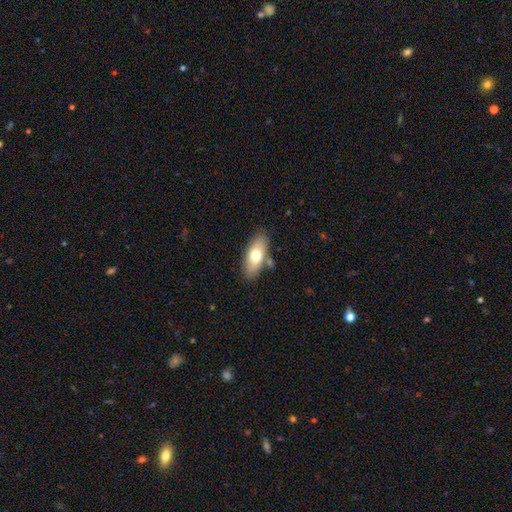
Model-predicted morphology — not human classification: Q: Smooth or featured?
A: smooth (70%); runner-up: featured or disk (24%)
Q: How rounded?
A: in between (82%); runner-up: cigar-shaped (15%)
Q: Merging?
A: none (79%); runner-up: minor disturbance (12%)